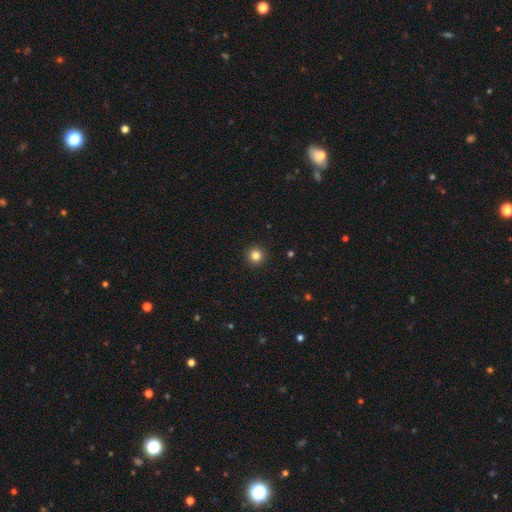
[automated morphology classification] smooth_or_featured: smooth (p=0.83) [alt: star or artifact p=0.12]
how_rounded: round (p=0.95) [alt: in between p=0.04]
merging: none (p=0.94) [alt: minor disturbance p=0.04]